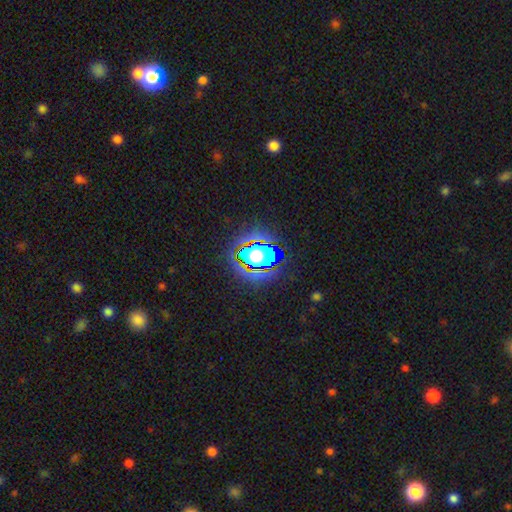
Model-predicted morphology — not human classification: star or artifact 48%, smooth 33%, featured or disk 19%.